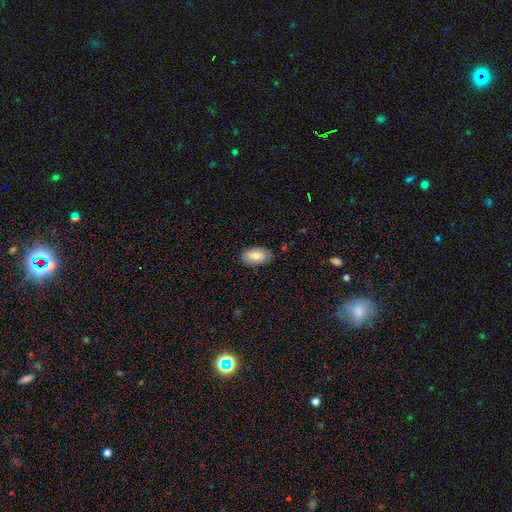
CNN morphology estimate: A smooth galaxy with no disk features (74%) that is in between round and cigar-shaped (94%). Merging: none (82%).